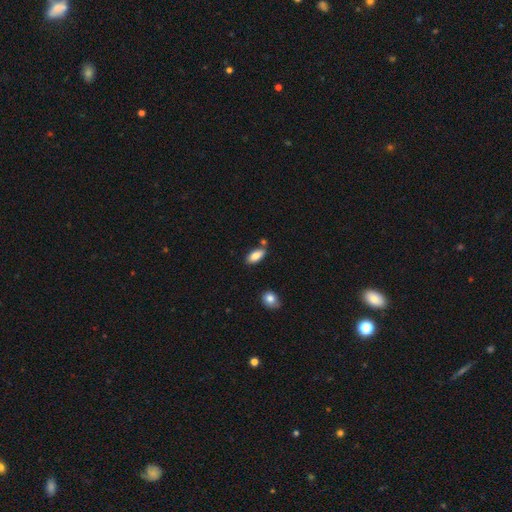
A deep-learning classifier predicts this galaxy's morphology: Overall: smooth (85%). How rounded: in between (88%). Merging: none (73%).